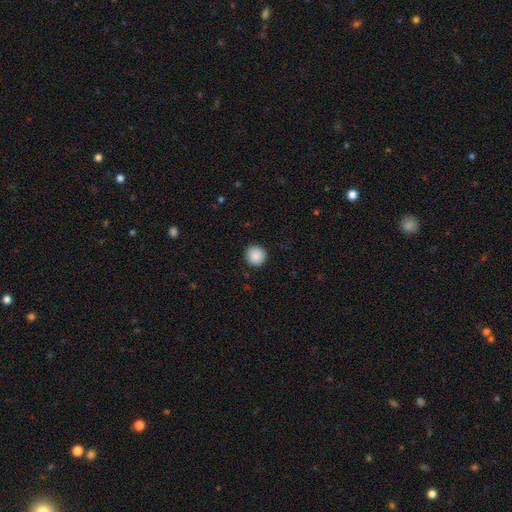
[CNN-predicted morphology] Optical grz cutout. It shows a smooth galaxy with no disk features (89%) that is round (95%). Merging: none (92%).